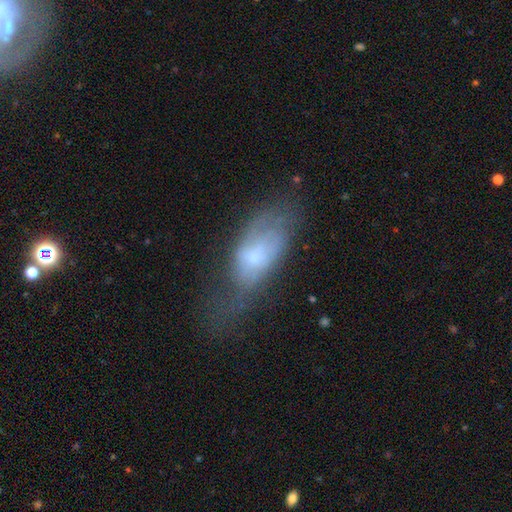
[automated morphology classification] smooth 46%, featured or disk 45%, star or artifact 9%. Down the decision tree: merging — none (35%).